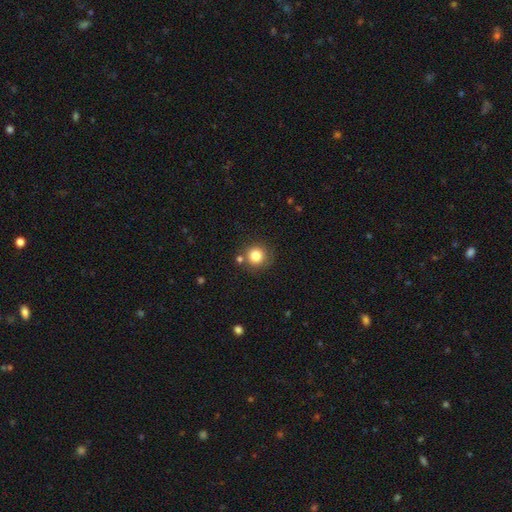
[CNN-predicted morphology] smooth-or-featured: smooth: 82% | star or artifact: 12% | featured or disk: 6%
  how-rounded: round: 93% | in between: 6% | cigar-shaped: 1%
  merging: none: 78% | minor disturbance: 10% | merger: 8% | major disturbance: 3%